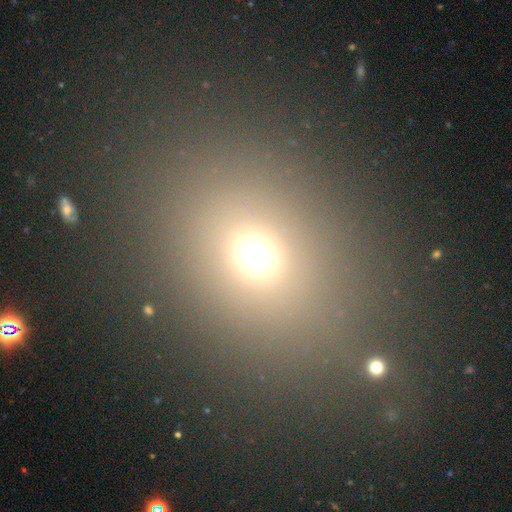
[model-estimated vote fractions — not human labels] Smooth or featured?
  - smooth: 59% *
  - star or artifact: 32%
  - featured or disk: 9%
How rounded?
  - in between: 49% * (tied)
  - round: 49% * (tied)
  - cigar-shaped: 2%
Merging?
  - none: 88% *
  - minor disturbance: 7%
  - major disturbance: 3%
  - merger: 2%